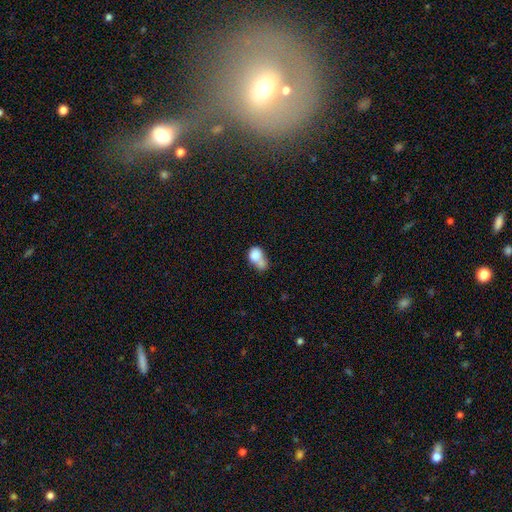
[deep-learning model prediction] Morphology: type=smooth (77%); roundness=in between (55%); merging=merger (61%).